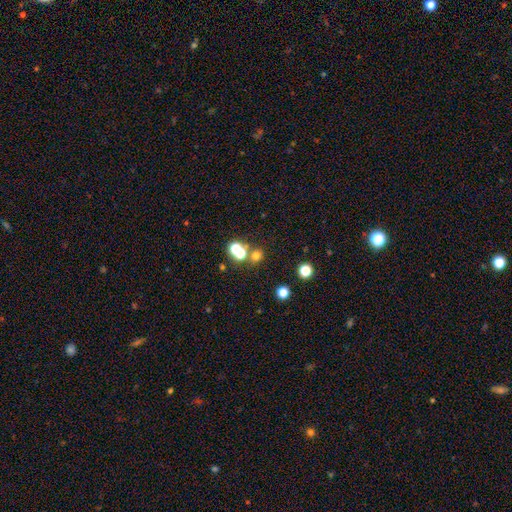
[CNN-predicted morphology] Smooth or featured? smooth (64%)
How rounded? round (80%)
Merging? none (57%)